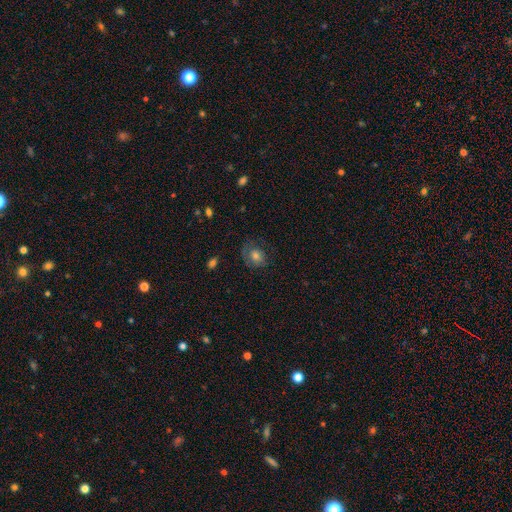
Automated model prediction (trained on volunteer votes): The model was most divided on "how rounded": round: 58%, in between: 41%, cigar-shaped: 1%. More confident: merging — none (64%); smooth or featured — smooth (55%).